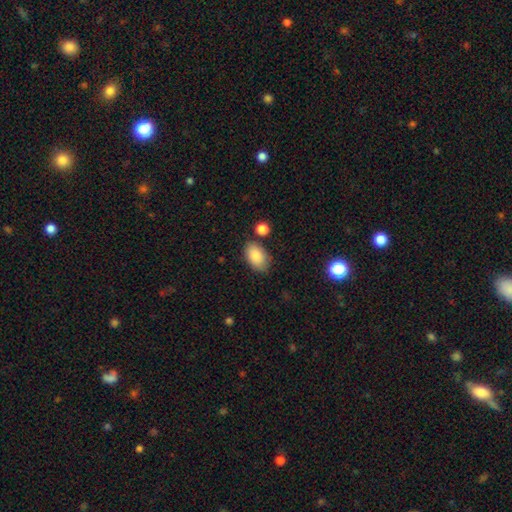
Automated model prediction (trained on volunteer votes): This is clearly a smooth galaxy (87%). How rounded: clearly in between (92%). Merging: likely none (77%).